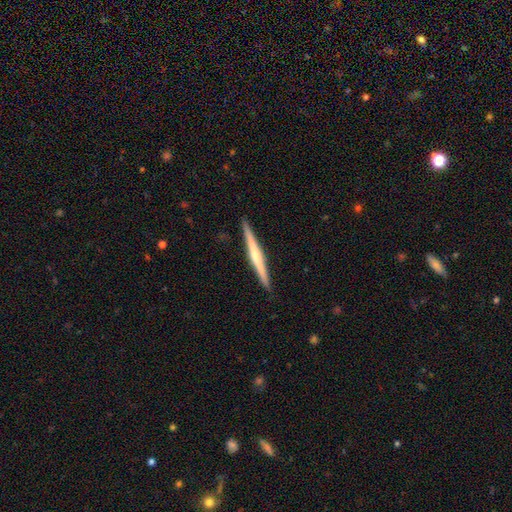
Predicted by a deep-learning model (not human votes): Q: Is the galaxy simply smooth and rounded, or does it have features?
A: featured or disk — 62%.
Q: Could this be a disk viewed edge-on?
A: yes — 98%.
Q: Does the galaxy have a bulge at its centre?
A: none — 47%.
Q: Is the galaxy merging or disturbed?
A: none — 91%.